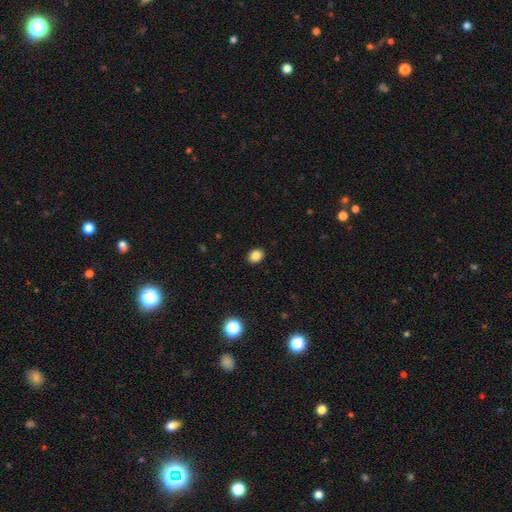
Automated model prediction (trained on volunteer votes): A smooth galaxy with no disk features (85%) that is round (50%).

Vote fractions:
- Smooth or featured? smooth: 85% / star or artifact: 11% / featured or disk: 4%
- How rounded? round: 50% / in between: 49% / cigar-shaped: 1%
- Merging? none: 91% / minor disturbance: 6% / major disturbance: 2% / merger: 1%